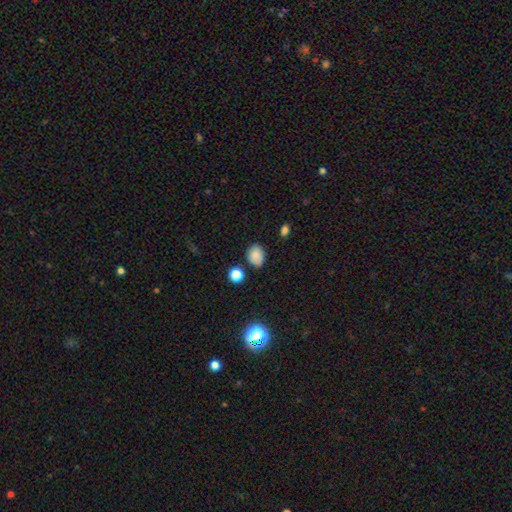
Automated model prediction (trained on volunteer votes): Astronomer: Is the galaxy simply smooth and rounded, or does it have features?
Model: smooth — 82%.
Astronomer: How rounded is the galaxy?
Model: in between — 63%.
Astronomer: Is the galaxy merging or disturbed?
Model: none — 78%.